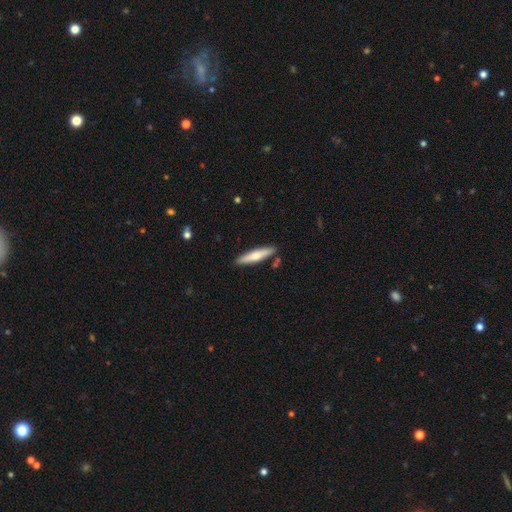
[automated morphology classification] This is possibly a smooth galaxy (60%). How rounded: clearly cigar-shaped (85%). Merging: clearly none (86%).